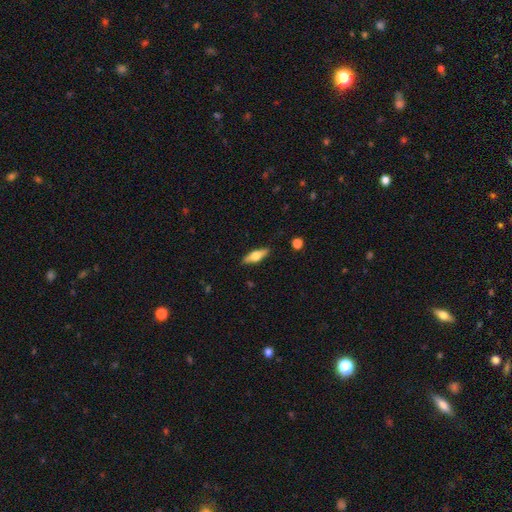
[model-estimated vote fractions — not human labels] Smooth or featured? featured or disk (47%, tied with smooth)
Merging? none (88%)